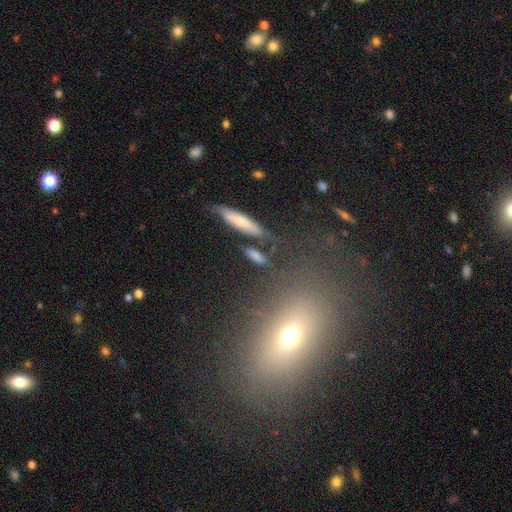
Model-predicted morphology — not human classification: smooth 44%, featured or disk 35%, star or artifact 21%. Down the decision tree: merging — none (77%).